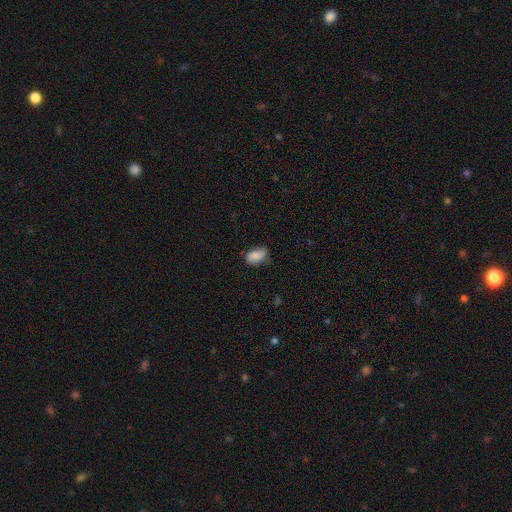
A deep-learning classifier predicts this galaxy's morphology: This appears to be a smooth galaxy with no disk features (82%) that is in between round and cigar-shaped (90%). Merging: none (65%).